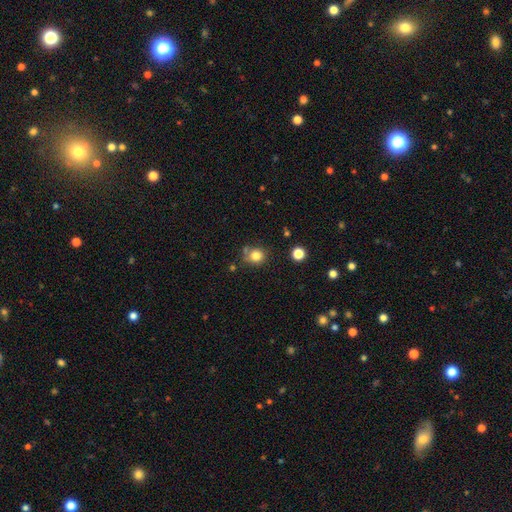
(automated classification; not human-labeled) A smooth galaxy with no disk features (82%) that is round (83%). Merging: none (70%).